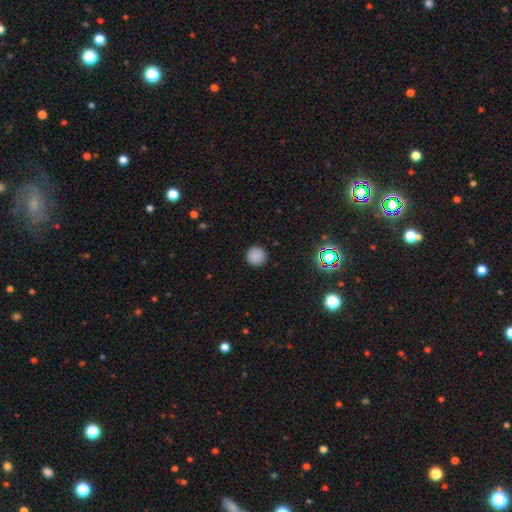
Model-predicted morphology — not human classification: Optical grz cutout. It shows a smooth galaxy with no disk features (85%) that is round (96%). Merging: none (92%).